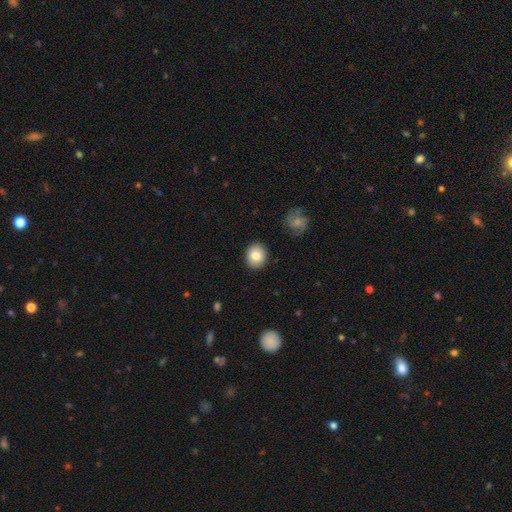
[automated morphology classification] Q: Smooth or featured?
A: smooth (81%); runner-up: featured or disk (11%)
Q: How rounded?
A: round (69%); runner-up: in between (30%)
Q: Merging?
A: none (89%); runner-up: minor disturbance (7%)